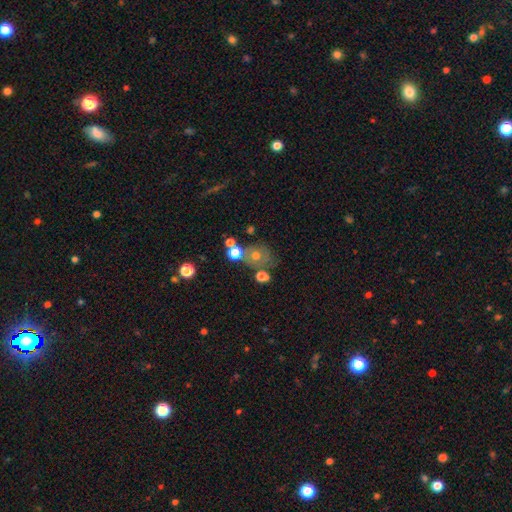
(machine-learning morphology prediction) Overall: smooth (56%; featured or disk 24%). How rounded: round (73%). Merging: none (53%; merger 24%).